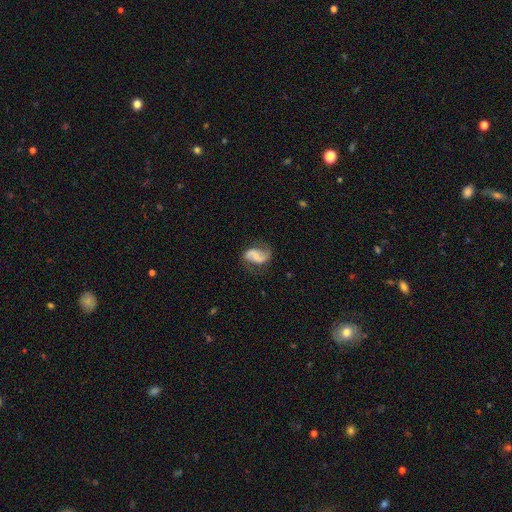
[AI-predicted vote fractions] Smooth or featured? Predicted: featured or disk (p=0.78). Edge-on disk? Predicted: no (p=0.98). Bar? Predicted: weak (p=0.43). Spiral arms? Predicted: yes (p=0.94). Spiral winding? Predicted: loose (p=0.43). Spiral arm count? Predicted: 2 (p=0.89). Bulge size? Predicted: small (p=0.48). Merging? Predicted: none (p=0.70).